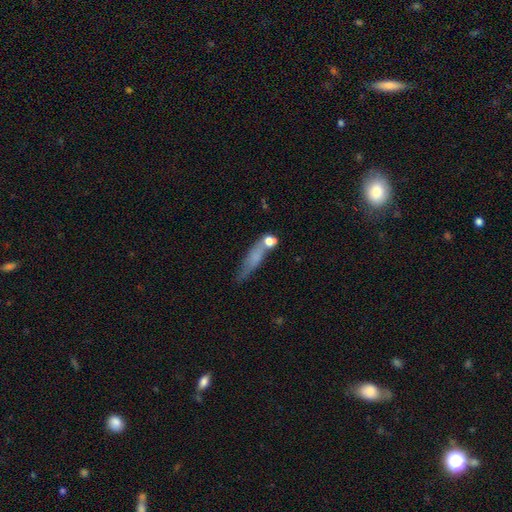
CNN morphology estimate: Smooth or featured? Predicted: smooth (p=0.58). How rounded? Predicted: cigar-shaped (p=0.72). Merging? Predicted: none (p=0.49).